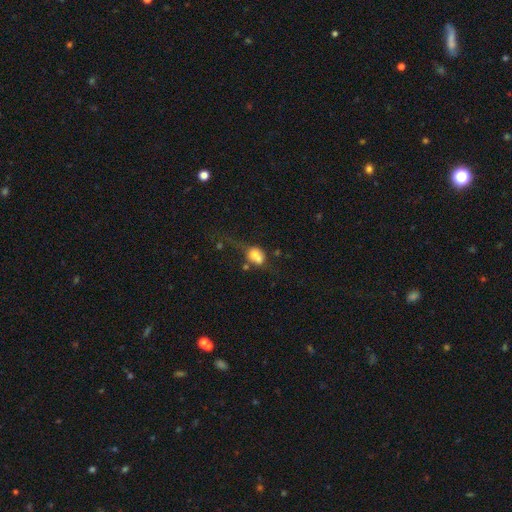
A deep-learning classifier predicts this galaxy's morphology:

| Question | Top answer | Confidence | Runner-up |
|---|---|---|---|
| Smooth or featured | smooth | 68% | featured or disk (21%) |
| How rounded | in between | 68% | round (29%) |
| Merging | major disturbance | 31% | merger (28%) |